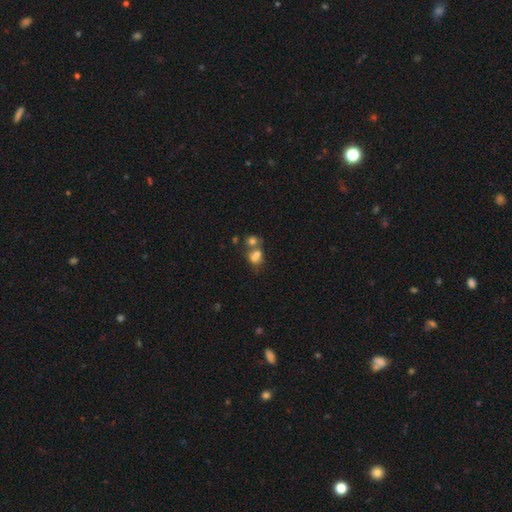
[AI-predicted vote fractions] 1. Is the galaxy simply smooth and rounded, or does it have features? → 69% smooth, 17% featured or disk, 13% star or artifact.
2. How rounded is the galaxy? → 58% in between, 41% round, 2% cigar-shaped.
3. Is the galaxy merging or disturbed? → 57% merger, 27% none, 10% minor disturbance, 6% major disturbance.